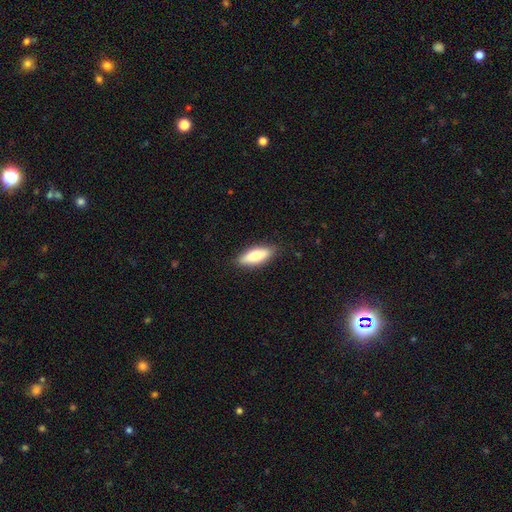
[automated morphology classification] smooth 73%, featured or disk 22%, star or artifact 6%. Down the decision tree: how rounded — in between (62%); merging — none (87%).